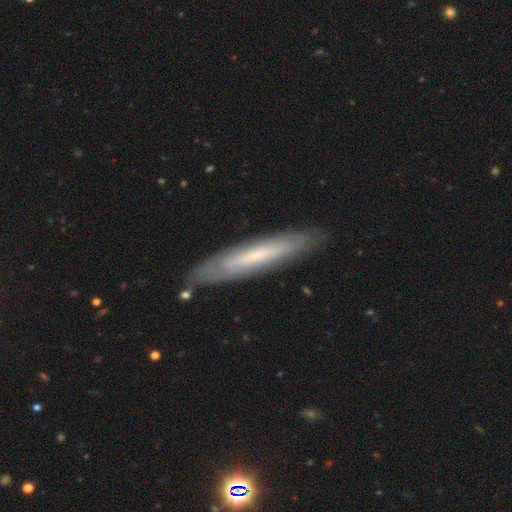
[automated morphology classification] smooth_or_featured: featured or disk (p=0.48) [alt: smooth p=0.46]
merging: none (p=0.86) [alt: minor disturbance p=0.10]